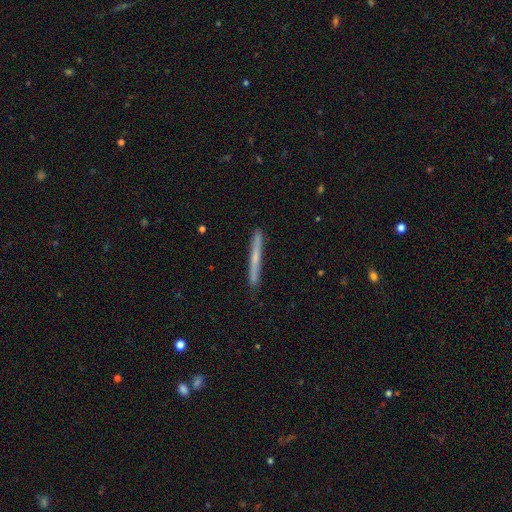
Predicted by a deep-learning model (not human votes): Morphology: type=smooth (50%); merging=none (88%).